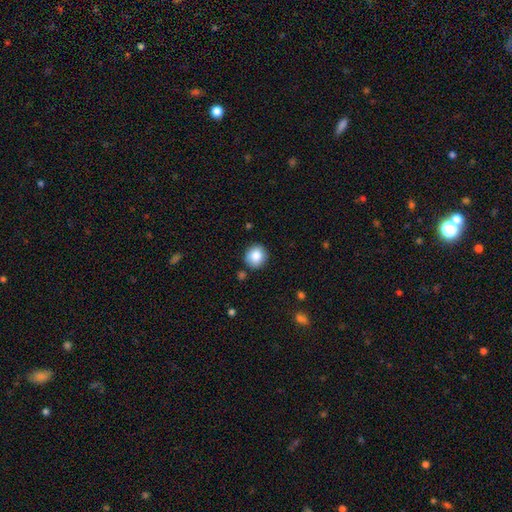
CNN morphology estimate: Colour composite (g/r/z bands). It shows a smooth galaxy with no disk features (84%) that is round (89%). Merging: none (86%).